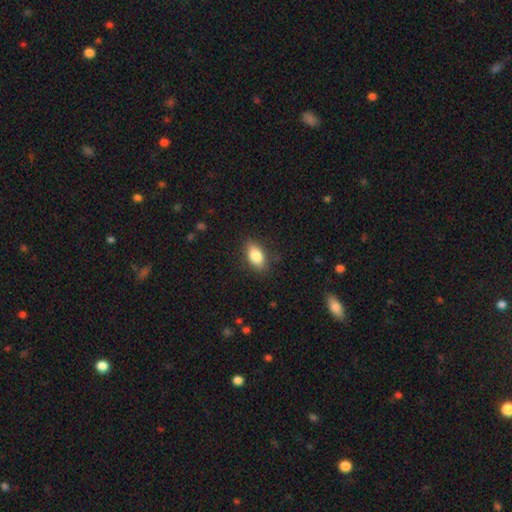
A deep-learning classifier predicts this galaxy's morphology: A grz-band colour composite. It shows a smooth galaxy with no disk features (82%) that is in between round and cigar-shaped (87%). Merging: none (85%).